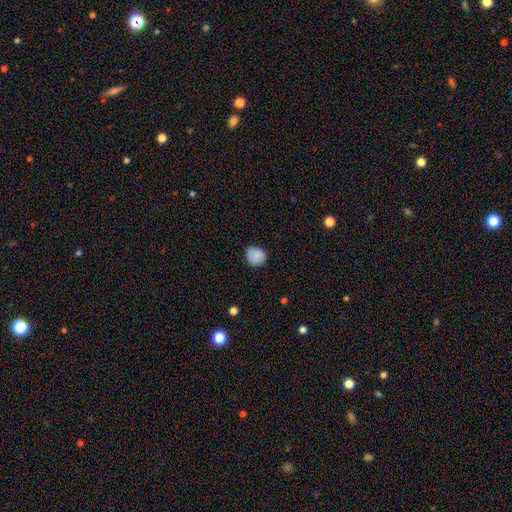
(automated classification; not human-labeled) Q: Smooth or featured?
A: smooth (85%); runner-up: star or artifact (8%)
Q: How rounded?
A: round (80%); runner-up: in between (19%)
Q: Merging?
A: none (80%); runner-up: minor disturbance (16%)